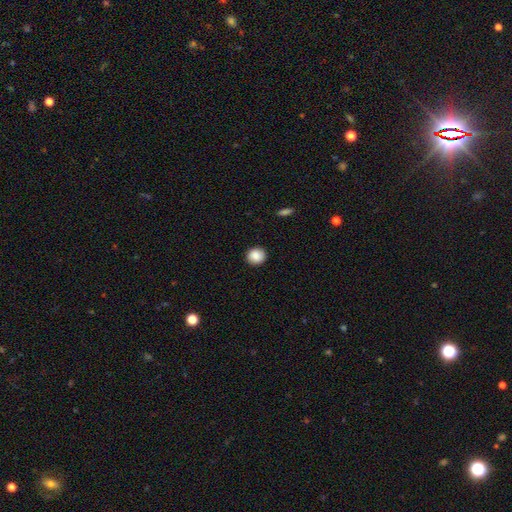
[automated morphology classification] The model was most divided on "how rounded": round: 86%, in between: 13%, cigar-shaped: 1%. More confident: merging — none (91%); smooth or featured — smooth (88%).